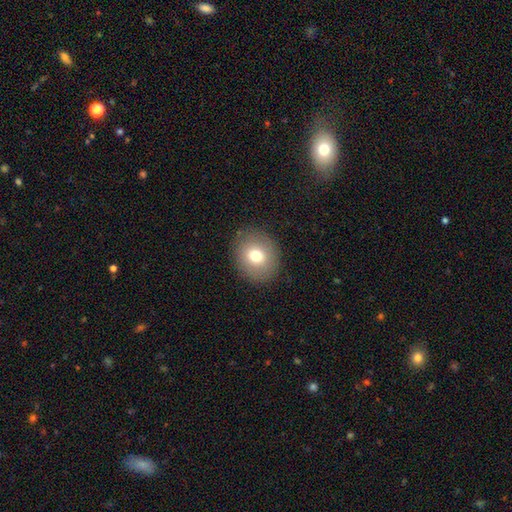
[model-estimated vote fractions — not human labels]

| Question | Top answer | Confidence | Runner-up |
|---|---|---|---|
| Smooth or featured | smooth | 75% | featured or disk (15%) |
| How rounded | round | 70% | in between (29%) |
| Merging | none | 87% | minor disturbance (9%) |